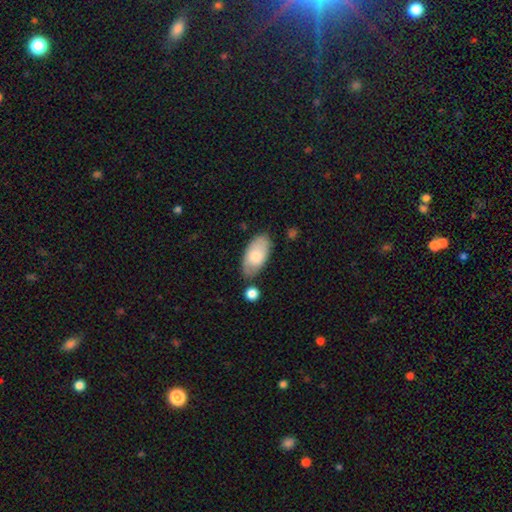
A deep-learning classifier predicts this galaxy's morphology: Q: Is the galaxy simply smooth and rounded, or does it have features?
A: smooth — 72%.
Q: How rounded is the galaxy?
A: in between — 95%.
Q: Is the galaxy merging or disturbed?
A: none — 70%.